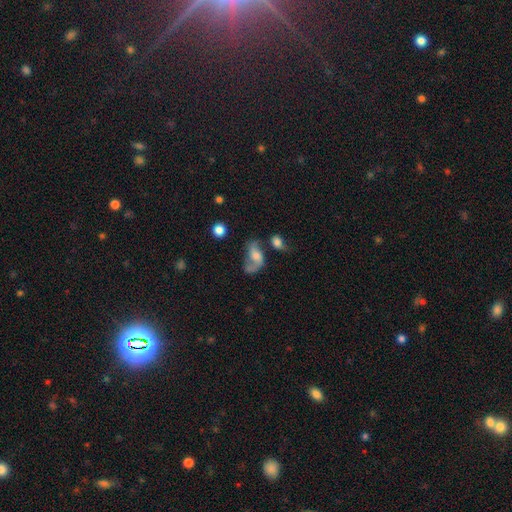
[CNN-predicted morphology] smooth_or_featured: featured or disk (p=0.63) [alt: smooth p=0.26]
disk_edge_on: no (p=0.96) [alt: yes p=0.04]
bar: no (p=0.59) [alt: weak p=0.34]
has_spiral_arms: yes (p=0.86) [alt: no p=0.14]
spiral_winding: loose (p=0.66) [alt: medium p=0.28]
spiral_arm_count: 2 (p=0.78) [alt: 1 p=0.13]
bulge_size: moderate (p=0.35) [alt: none p=0.22]
merging: none (p=0.34) [alt: major disturbance p=0.26]